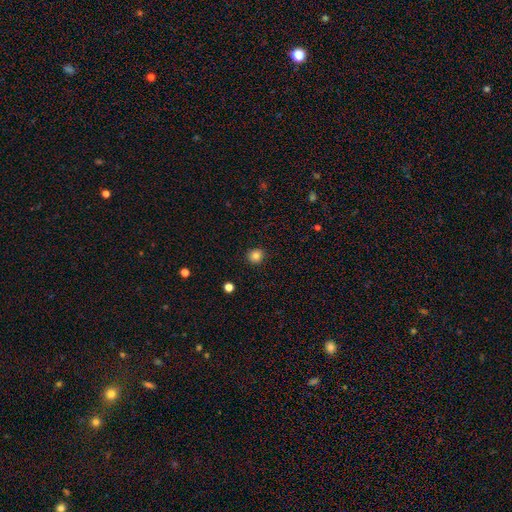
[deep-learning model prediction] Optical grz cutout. It shows a smooth galaxy with no disk features (84%) that is round (88%). Merging: none (90%).